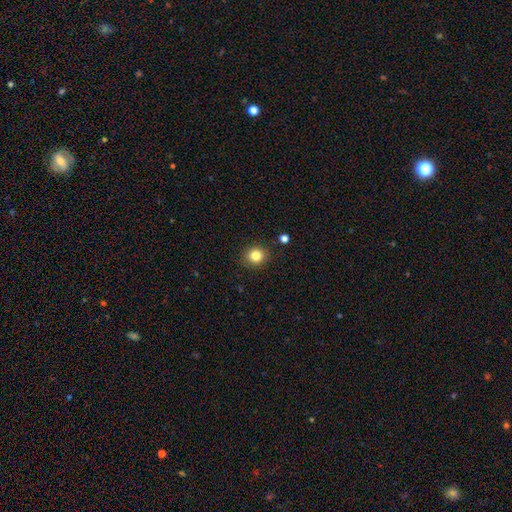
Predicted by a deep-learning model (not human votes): Morphology: type=smooth (83%); roundness=round (85%); merging=none (88%).